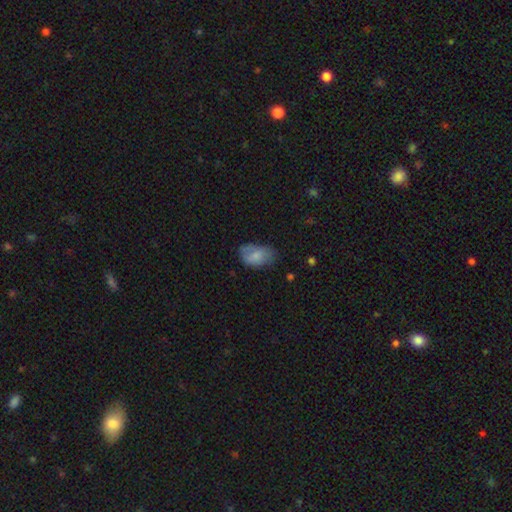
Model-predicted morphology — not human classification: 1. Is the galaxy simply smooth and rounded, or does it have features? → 75% smooth, 18% featured or disk, 8% star or artifact.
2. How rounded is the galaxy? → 90% in between, 9% round, 1% cigar-shaped.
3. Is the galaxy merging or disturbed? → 48% none, 35% minor disturbance, 14% major disturbance, 2% merger.